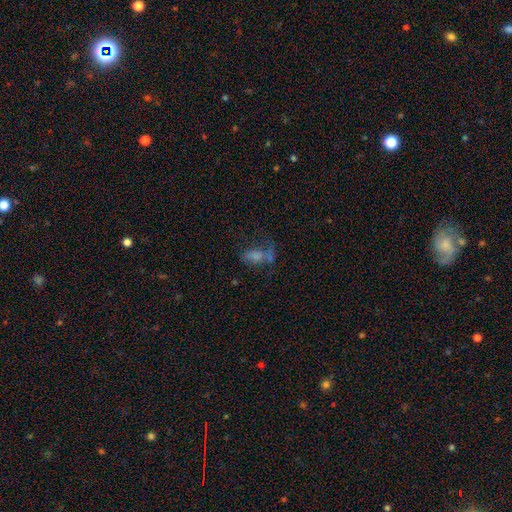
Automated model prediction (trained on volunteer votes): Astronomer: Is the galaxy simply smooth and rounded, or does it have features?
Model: smooth — 44% (runner-up: featured or disk, 31%).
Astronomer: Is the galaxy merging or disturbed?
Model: major disturbance — 34% (runner-up: none, 33%).